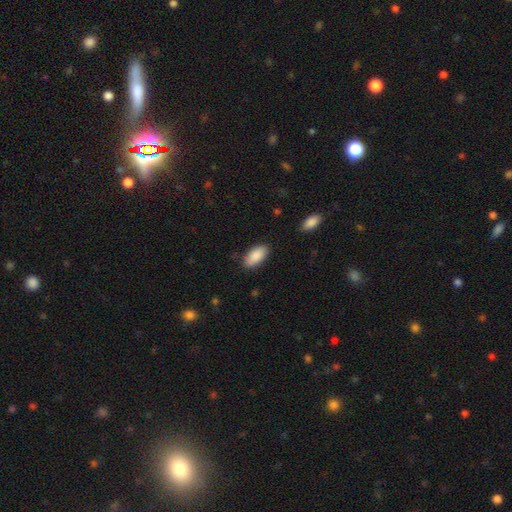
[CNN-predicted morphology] smooth_or_featured: smooth (p=0.89) [alt: star or artifact p=0.06]
how_rounded: in between (p=0.94) [alt: cigar-shaped p=0.04]
merging: none (p=0.82) [alt: minor disturbance p=0.13]